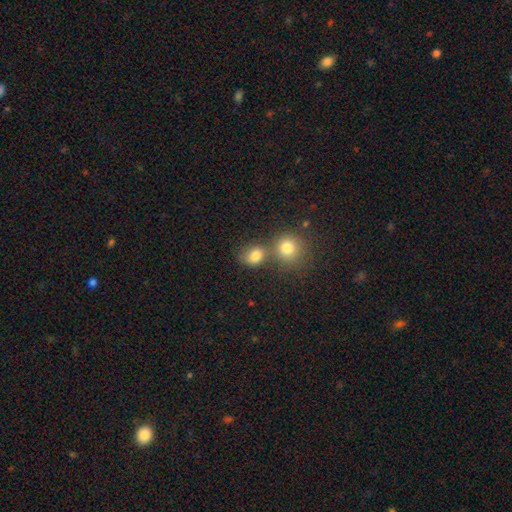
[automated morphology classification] Smooth or featured: smooth — 80% (star or artifact — 13%)
How rounded: round — 59% (in between — 39%)
Merging: none — 51% (merger — 34%)